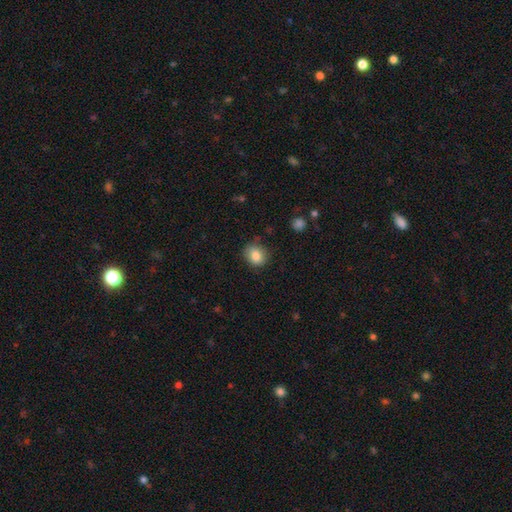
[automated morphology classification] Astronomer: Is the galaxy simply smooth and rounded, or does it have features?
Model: smooth — 84%.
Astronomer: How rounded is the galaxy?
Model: round — 68%.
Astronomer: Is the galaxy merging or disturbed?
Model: none — 76%.